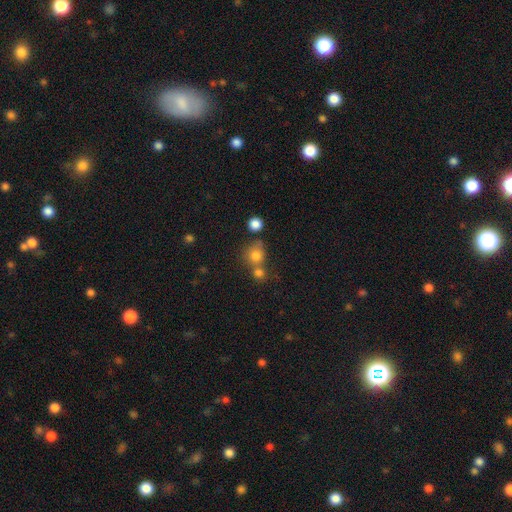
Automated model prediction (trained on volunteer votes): This is likely a smooth galaxy (77%). How rounded: clearly round (83%). Merging: possibly none (51%).